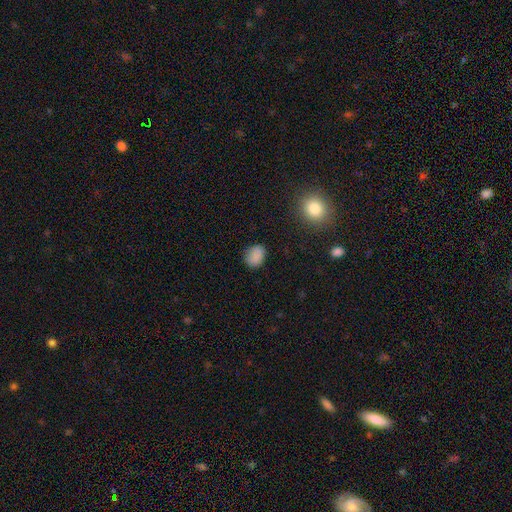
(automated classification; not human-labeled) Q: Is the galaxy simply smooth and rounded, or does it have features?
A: smooth — 85%.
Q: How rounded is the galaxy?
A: in between — 55%.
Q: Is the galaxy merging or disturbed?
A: none — 82%.